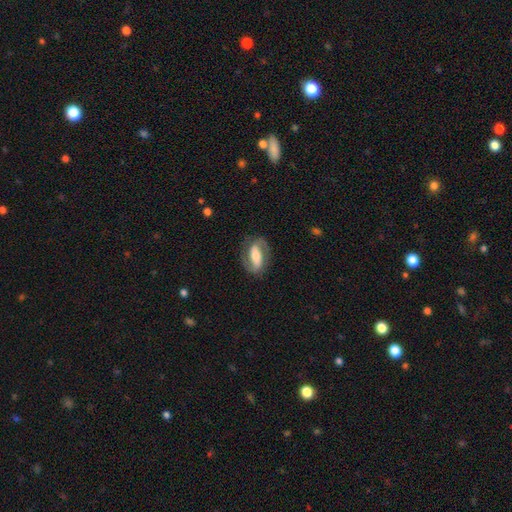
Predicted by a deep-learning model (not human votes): Overall: featured or disk (73%). Edge-on disk: no (92%). Bar: strong (56%; weak 26%). Spiral arms: yes (86%). Spiral arm count: 2 (88%). Spiral winding: medium (46%; tight 29%). Bulge size: moderate (54%; small 23%). Merging: none (78%).